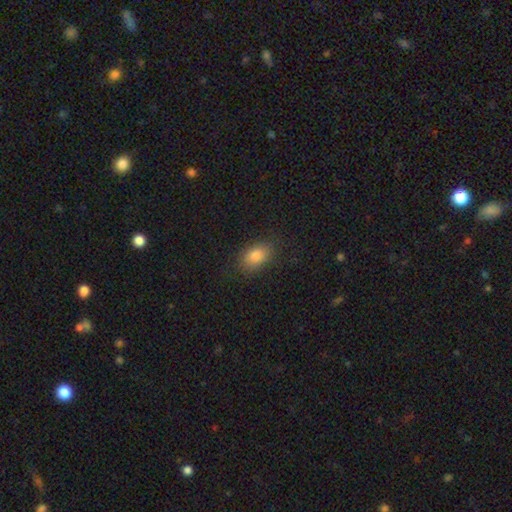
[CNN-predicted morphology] A smooth galaxy with no disk features (83%) that is in between round and cigar-shaped (84%).

Vote fractions:
- Smooth or featured? smooth: 83% / star or artifact: 10% / featured or disk: 7%
- How rounded? in between: 84% / round: 14% / cigar-shaped: 2%
- Merging? none: 82% / minor disturbance: 13% / major disturbance: 4% / merger: 1%